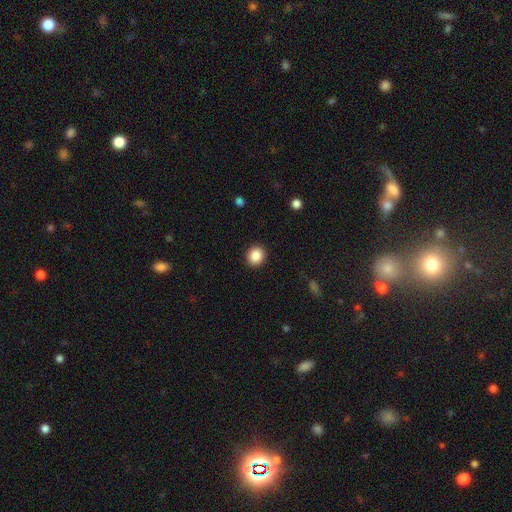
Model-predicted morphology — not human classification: This appears to be a smooth galaxy with no disk features (87%) that is round (84%). Merging: none (92%).